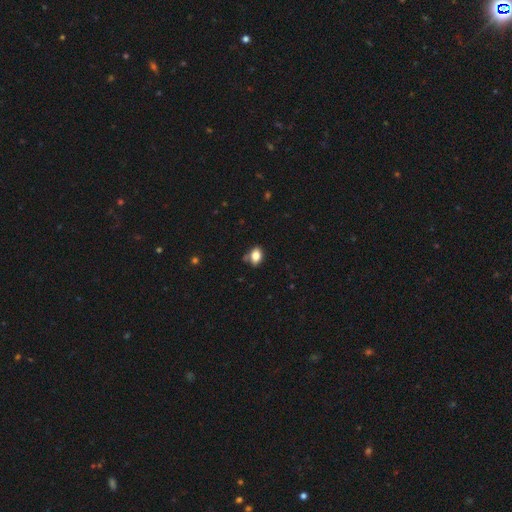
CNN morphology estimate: smooth 81%, star or artifact 9%, featured or disk 9%. Down the decision tree: how rounded — in between (81%); merging — none (72%).